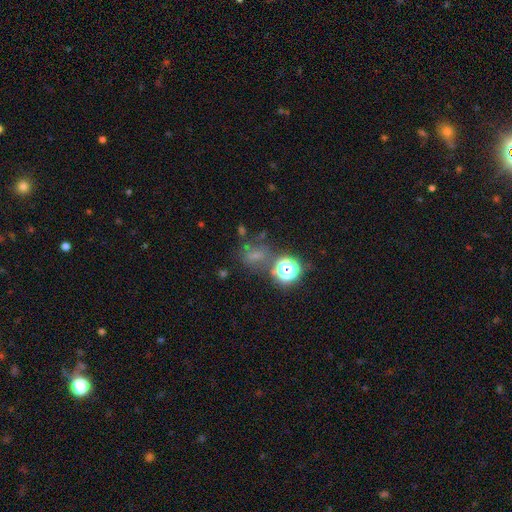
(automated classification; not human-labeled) The model was most divided on "smooth or featured": smooth: 55%, star or artifact: 30%, featured or disk: 15%. More confident: how rounded — round (67%); merging — none (58%).